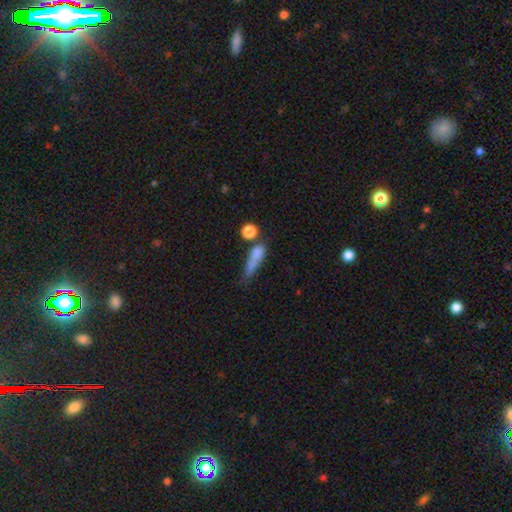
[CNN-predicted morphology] Q: Smooth or featured?
A: smooth (72%); runner-up: featured or disk (16%)
Q: How rounded?
A: cigar-shaped (58%); runner-up: in between (28%)
Q: Merging?
A: none (42%); runner-up: minor disturbance (22%)